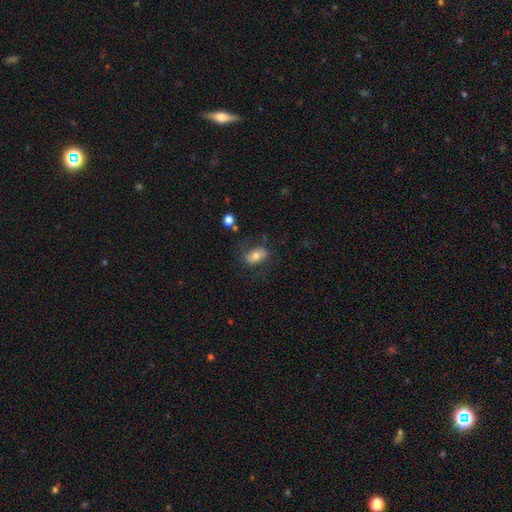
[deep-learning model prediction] Smooth or featured?
  - smooth: 64% *
  - featured or disk: 27%
  - star or artifact: 9%
How rounded?
  - in between: 85% *
  - round: 12%
  - cigar-shaped: 2%
Merging?
  - none: 66% *
  - minor disturbance: 20%
  - major disturbance: 12%
  - merger: 3%